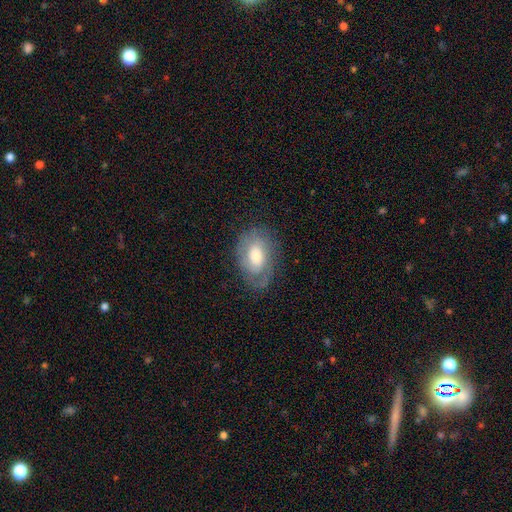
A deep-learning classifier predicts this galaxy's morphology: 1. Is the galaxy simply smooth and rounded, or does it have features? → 56% featured or disk, 37% smooth, 7% star or artifact.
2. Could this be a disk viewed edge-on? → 94% no, 6% yes.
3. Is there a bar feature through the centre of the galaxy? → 61% no, 32% weak, 7% strong.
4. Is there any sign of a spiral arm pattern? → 76% yes, 24% no.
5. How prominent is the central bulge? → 54% moderate, 26% large, 15% small, 3% none, 2% dominant.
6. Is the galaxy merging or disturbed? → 70% none, 20% minor disturbance, 9% major disturbance, 1% merger.